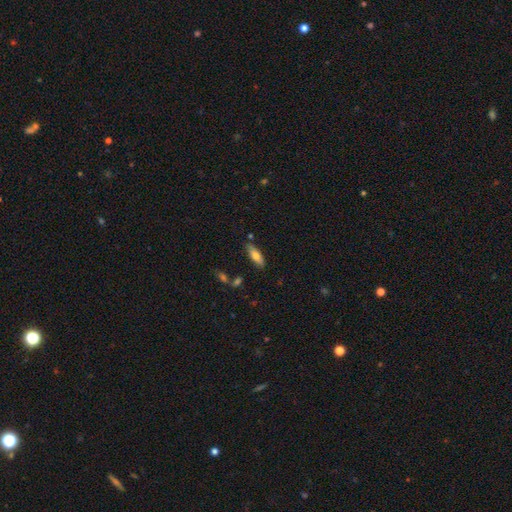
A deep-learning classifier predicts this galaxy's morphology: A smooth galaxy with no disk features (72%) that is in between round and cigar-shaped (56%).

Vote fractions:
- Smooth or featured? smooth: 72% / featured or disk: 22% / star or artifact: 6%
- How rounded? in between: 56% / cigar-shaped: 42% / round: 2%
- Merging? none: 82% / minor disturbance: 12% / merger: 4% / major disturbance: 2%